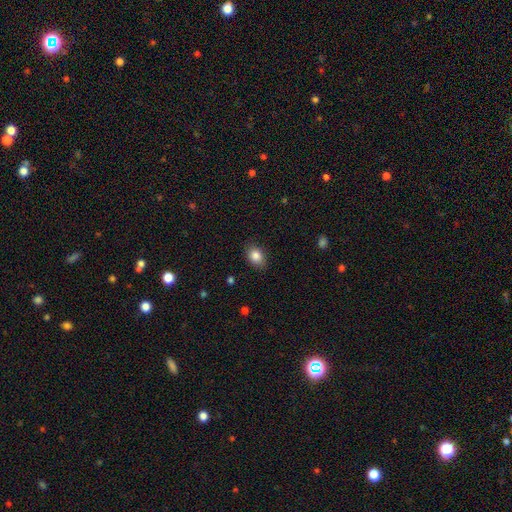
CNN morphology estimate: This appears to be a smooth galaxy with no disk features (85%) that is in between round and cigar-shaped (73%). Merging: none (85%).